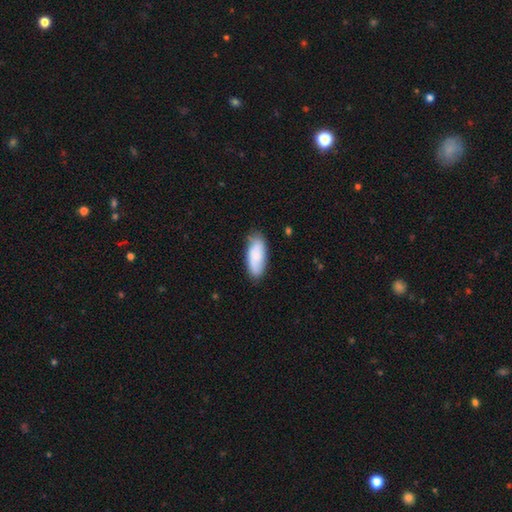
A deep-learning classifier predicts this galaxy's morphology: Smooth or featured: smooth — 78% (featured or disk — 16%)
How rounded: in between — 81% (cigar-shaped — 17%)
Merging: none — 75% (minor disturbance — 20%)